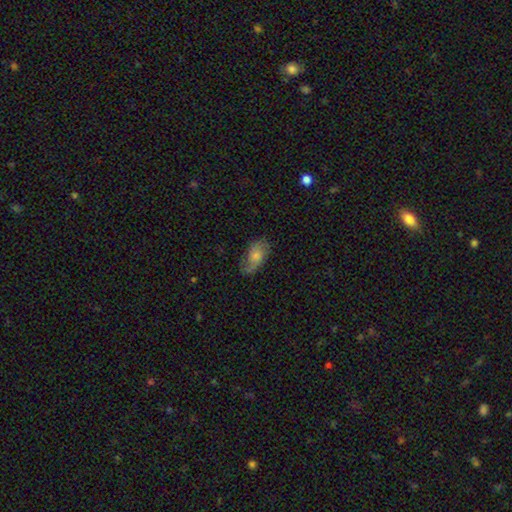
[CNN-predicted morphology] A featured or disk galaxy (46%). Merging: none (65%).